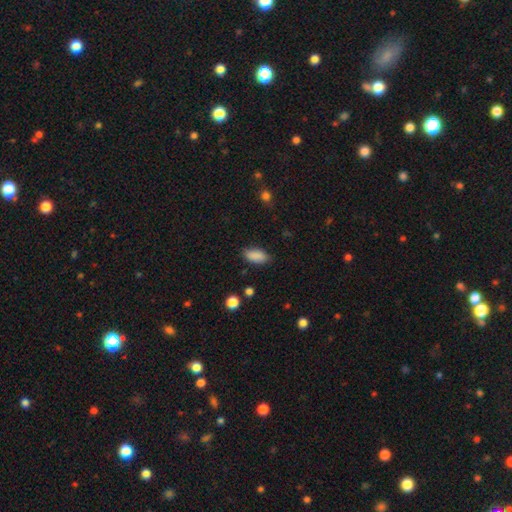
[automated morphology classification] Q: Smooth or featured?
A: smooth (88%); runner-up: star or artifact (8%)
Q: How rounded?
A: in between (90%); runner-up: cigar-shaped (7%)
Q: Merging?
A: none (84%); runner-up: minor disturbance (12%)